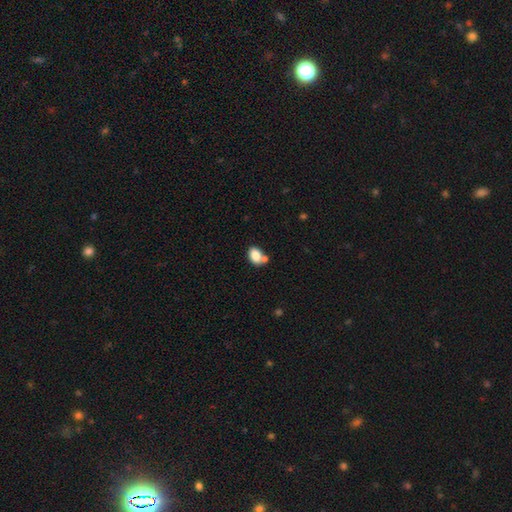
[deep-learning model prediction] This is clearly a smooth galaxy (83%). How rounded: likely in between (74%). Merging: possibly none (53%).